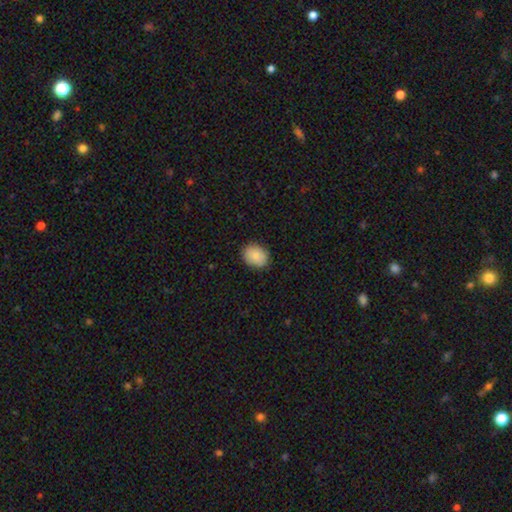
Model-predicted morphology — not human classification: Smooth or featured: smooth — 83% (featured or disk — 9%)
How rounded: in between — 60% (round — 39%)
Merging: none — 87% (minor disturbance — 10%)